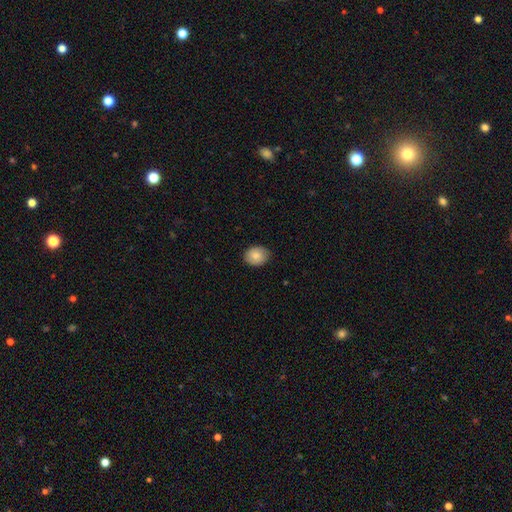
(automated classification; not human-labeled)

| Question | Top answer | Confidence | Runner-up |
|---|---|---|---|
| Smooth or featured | smooth | 81% | featured or disk (12%) |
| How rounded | round | 53% | in between (46%) |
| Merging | none | 84% | minor disturbance (13%) |